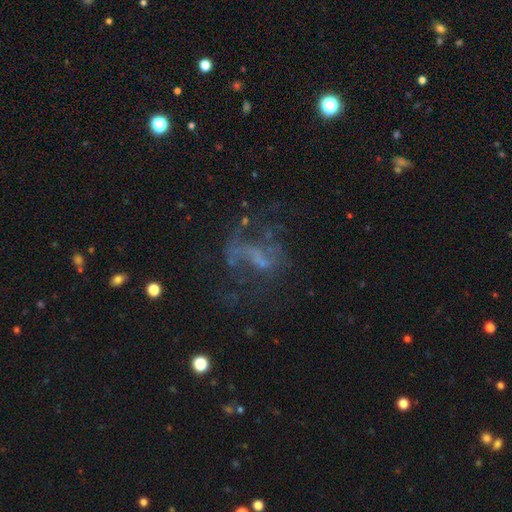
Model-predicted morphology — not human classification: Q: Smooth or featured?
A: featured or disk (50%); runner-up: star or artifact (30%)
Q: Merging?
A: none (43%); runner-up: major disturbance (36%)